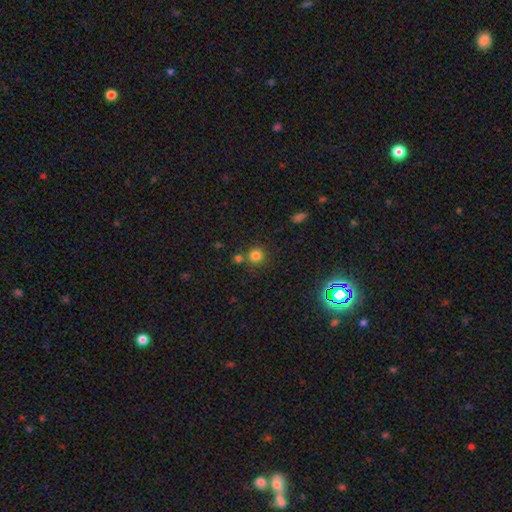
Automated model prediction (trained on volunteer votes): Smooth or featured: smooth — 80% (star or artifact — 15%)
How rounded: round — 92% (in between — 7%)
Merging: none — 72% (merger — 17%)